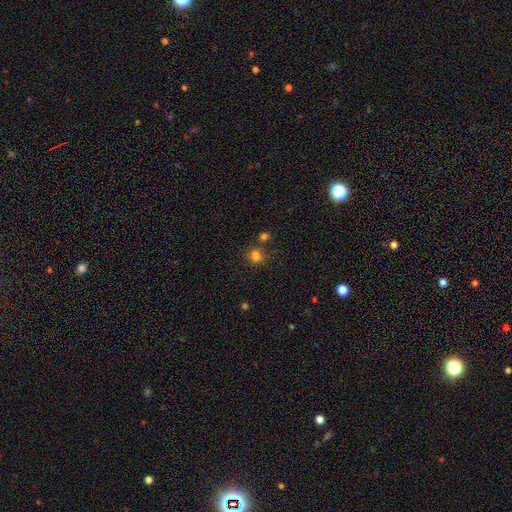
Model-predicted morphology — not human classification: Smooth or featured: smooth — 77% (star or artifact — 16%)
How rounded: round — 64% (in between — 35%)
Merging: none — 68% (merger — 14%)